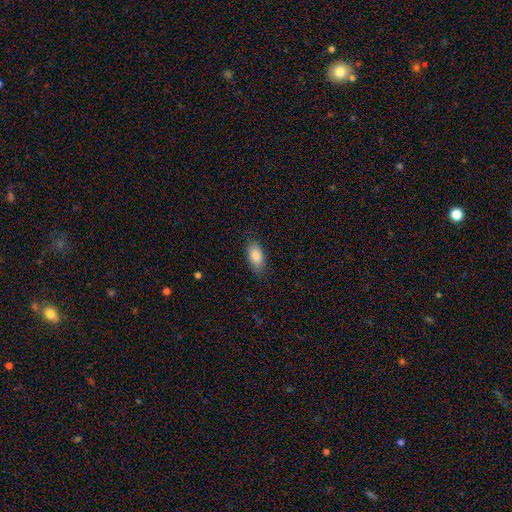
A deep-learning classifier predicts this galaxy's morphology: Smooth or featured? Predicted: smooth (p=0.86). How rounded? Predicted: in between (p=0.91). Merging? Predicted: none (p=0.81).